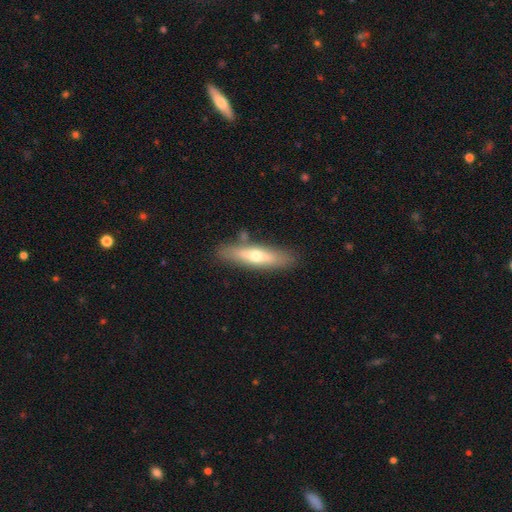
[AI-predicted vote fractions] This appears to be a smooth galaxy with no disk features (51%) that is cigar-shaped (74%). Merging: none (83%).